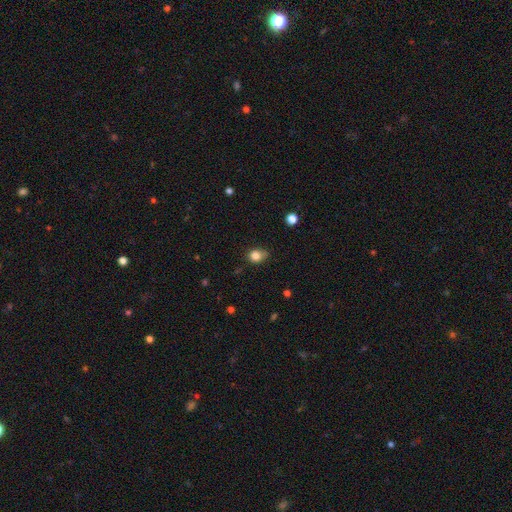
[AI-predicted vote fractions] The model was most divided on "how rounded": round: 64%, in between: 35%, cigar-shaped: 1%. More confident: smooth or featured — smooth (83%); merging — none (61%).